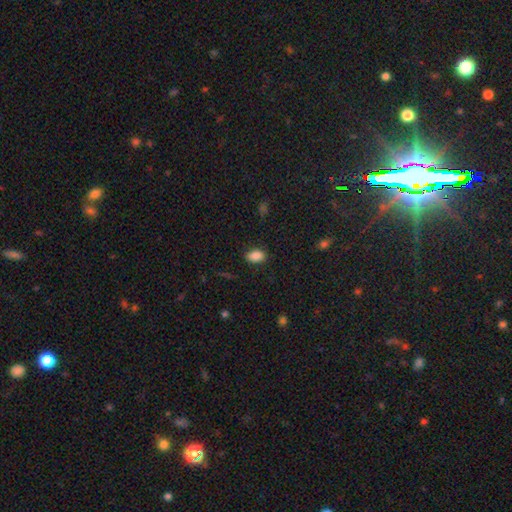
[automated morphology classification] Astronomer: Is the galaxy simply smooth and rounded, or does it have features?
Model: smooth — 87%.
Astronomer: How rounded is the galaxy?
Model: in between — 90%.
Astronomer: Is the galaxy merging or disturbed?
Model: none — 87%.